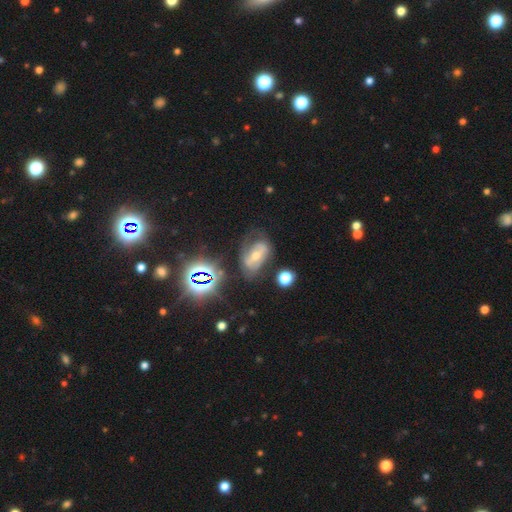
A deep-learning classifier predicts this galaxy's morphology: Smooth or featured: featured or disk — 55% (star or artifact — 25%)
Edge-on disk: no — 93% (yes — 7%)
Bar: no — 36% (weak — 33%)
Spiral arms: yes — 67% (no — 33%)
Bulge size: moderate — 53% (small — 41%)
Merging: none — 59% (minor disturbance — 22%)